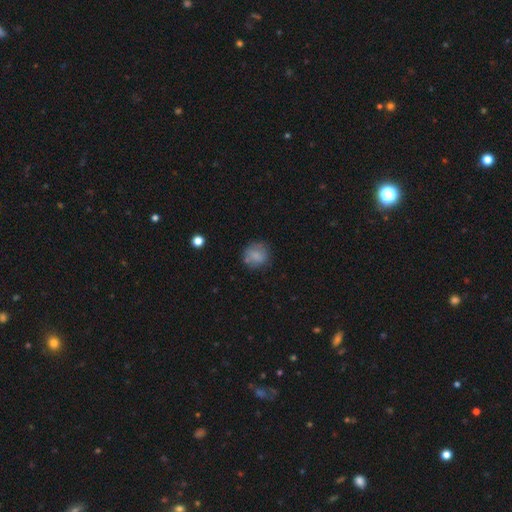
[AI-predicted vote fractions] smooth_or_featured: smooth (p=0.80) [alt: featured or disk p=0.10]
how_rounded: round (p=0.83) [alt: in between p=0.16]
merging: none (p=0.72) [alt: minor disturbance p=0.18]